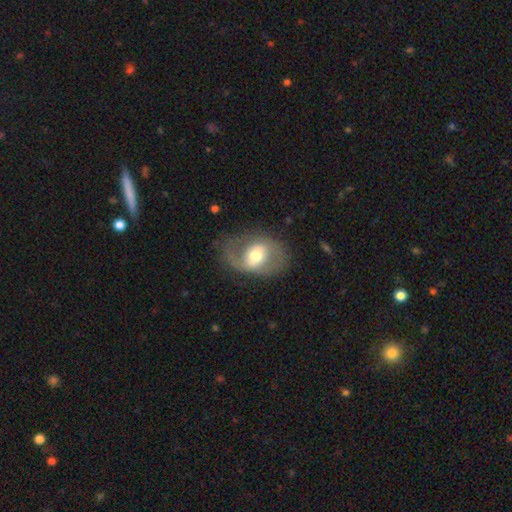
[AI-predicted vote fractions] smooth_or_featured: featured or disk (p=0.64) [alt: smooth p=0.30]
disk_edge_on: no (p=0.95) [alt: yes p=0.05]
bar: weak (p=0.40) [alt: no p=0.38]
has_spiral_arms: yes (p=0.64) [alt: no p=0.36]
bulge_size: moderate (p=0.65) [alt: large p=0.20]
merging: none (p=0.63) [alt: minor disturbance p=0.19]